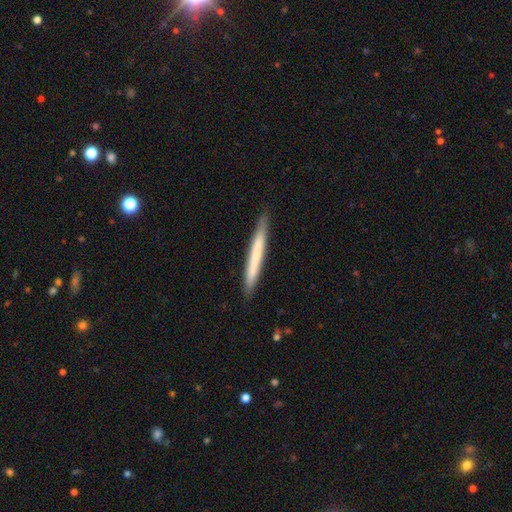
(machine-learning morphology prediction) Smooth or featured? Predicted: smooth (p=0.60). How rounded? Predicted: cigar-shaped (p=0.97). Merging? Predicted: none (p=0.89).